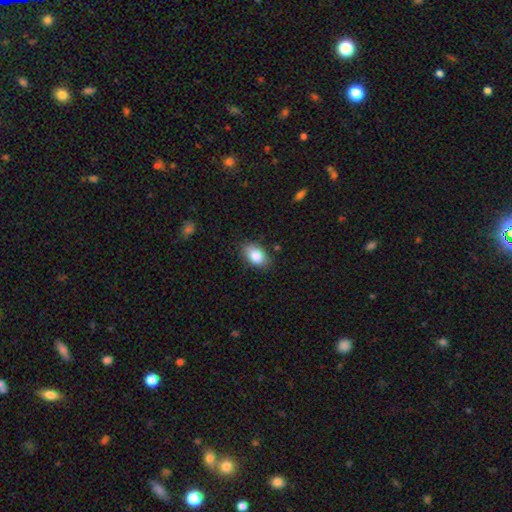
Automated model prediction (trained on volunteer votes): A smooth galaxy with no disk features (85%) that is in between round and cigar-shaped (88%).

Vote fractions:
- Smooth or featured? smooth: 85% / featured or disk: 8% / star or artifact: 7%
- How rounded? in between: 88% / round: 10% / cigar-shaped: 1%
- Merging? none: 83% / minor disturbance: 13% / major disturbance: 3% / merger: 1%